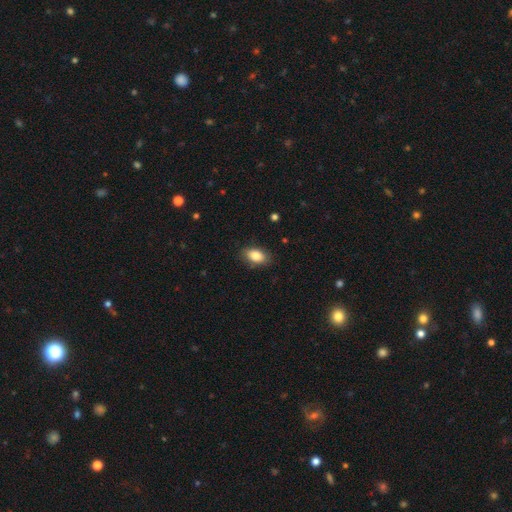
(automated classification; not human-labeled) Q: Smooth or featured?
A: smooth (85%); runner-up: featured or disk (7%)
Q: How rounded?
A: in between (89%); runner-up: round (9%)
Q: Merging?
A: none (85%); runner-up: minor disturbance (12%)